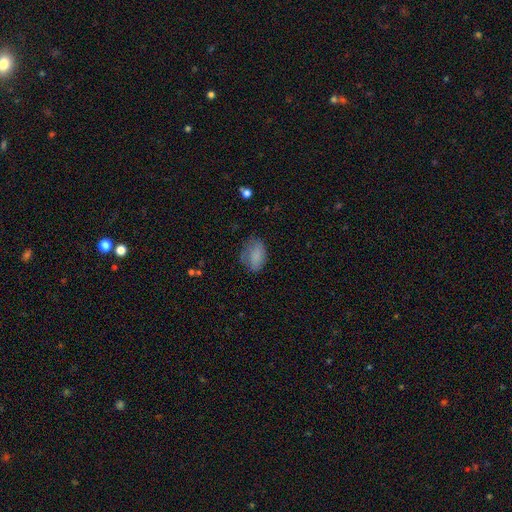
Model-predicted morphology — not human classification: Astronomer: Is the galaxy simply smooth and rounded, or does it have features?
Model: smooth — 79%.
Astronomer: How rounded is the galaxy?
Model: in between — 84%.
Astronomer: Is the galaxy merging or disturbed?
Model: none — 57%.